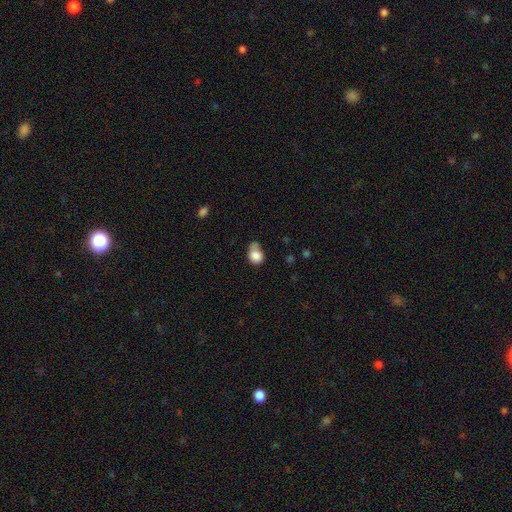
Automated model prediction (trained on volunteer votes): This appears to be a smooth galaxy with no disk features (83%) that is in between round and cigar-shaped (53%). Merging: minor disturbance (37%).